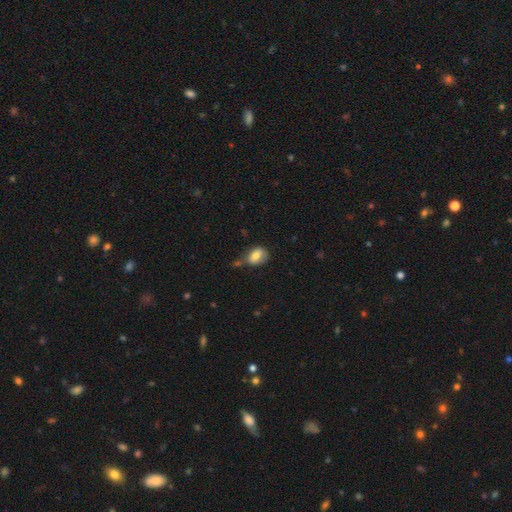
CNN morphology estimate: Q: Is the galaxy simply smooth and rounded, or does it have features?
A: smooth — 77%.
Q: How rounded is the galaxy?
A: in between — 72%.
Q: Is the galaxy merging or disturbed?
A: none — 47%.